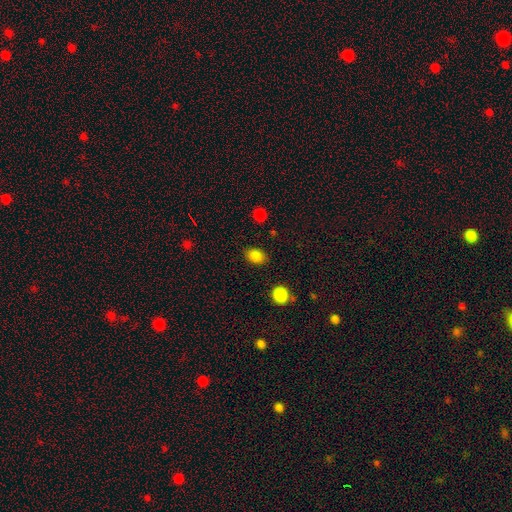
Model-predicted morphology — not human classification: A smooth galaxy with no disk features (86%) that is in between round and cigar-shaped (73%).

Vote fractions:
- Smooth or featured? smooth: 86% / star or artifact: 10% / featured or disk: 4%
- How rounded? in between: 73% / round: 26% / cigar-shaped: 1%
- Merging? none: 85% / minor disturbance: 10% / major disturbance: 3% / merger: 2%